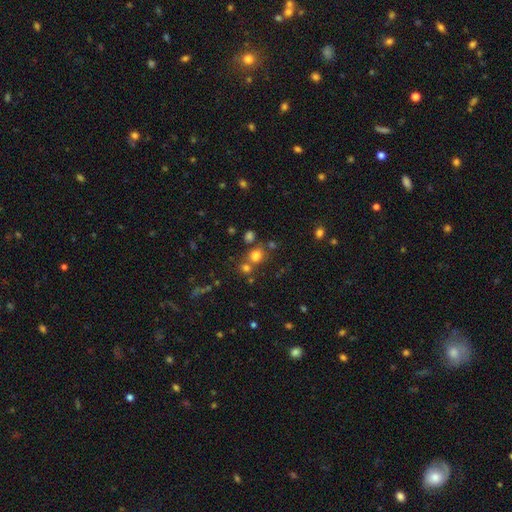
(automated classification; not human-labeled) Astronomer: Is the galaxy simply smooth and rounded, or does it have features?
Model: smooth — 71%.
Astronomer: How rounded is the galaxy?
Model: round — 74%.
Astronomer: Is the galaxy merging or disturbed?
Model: none — 60%.